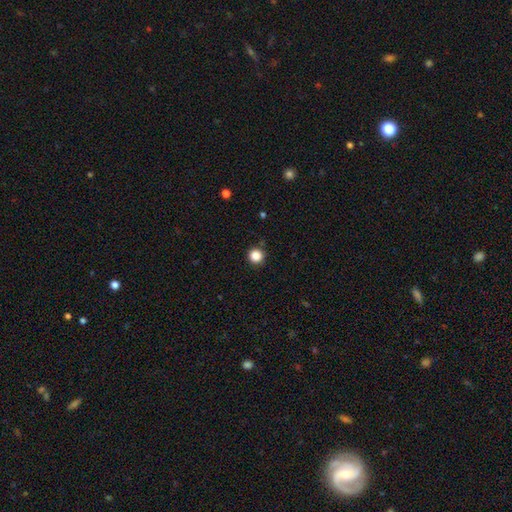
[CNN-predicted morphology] Smooth or featured? Predicted: smooth (p=0.86). How rounded? Predicted: round (p=0.95). Merging? Predicted: none (p=0.91).